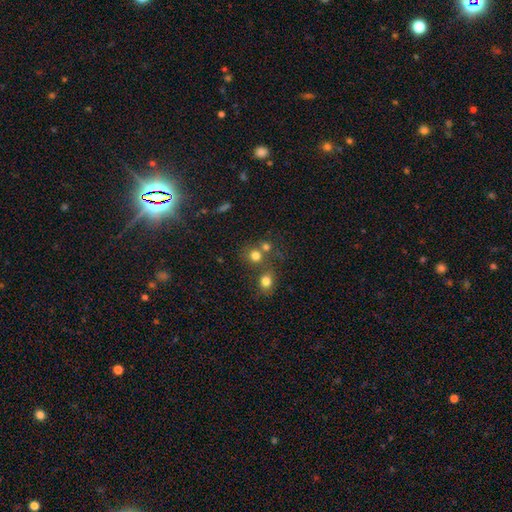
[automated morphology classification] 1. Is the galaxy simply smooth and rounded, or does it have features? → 75% smooth, 16% star or artifact, 9% featured or disk.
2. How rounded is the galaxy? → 83% round, 16% in between, 1% cigar-shaped.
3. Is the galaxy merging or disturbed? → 53% none, 35% merger, 8% minor disturbance, 4% major disturbance.